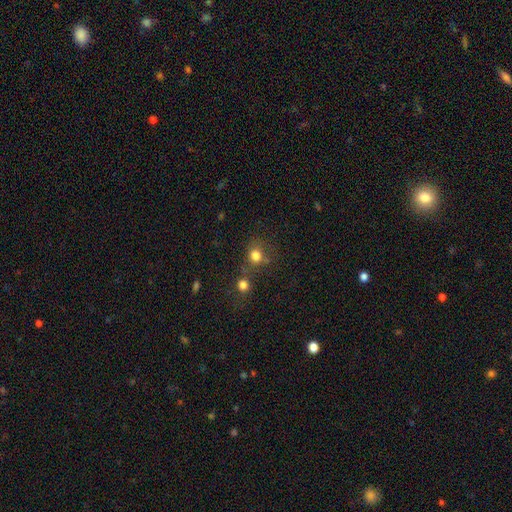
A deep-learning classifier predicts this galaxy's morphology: The model was most divided on "merging": none: 56%, merger: 23%, minor disturbance: 13%, major disturbance: 8%. More confident: how rounded — round (79%); smooth or featured — smooth (77%).